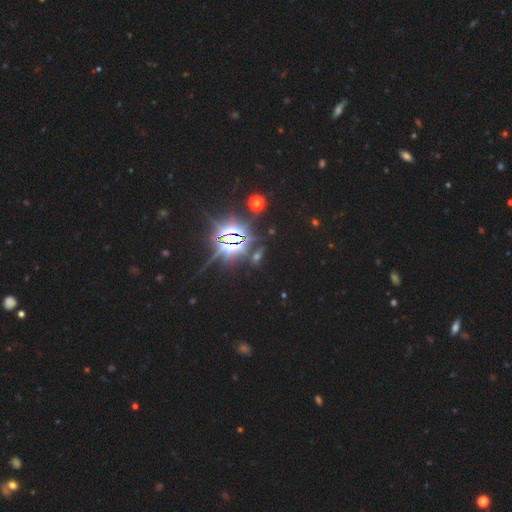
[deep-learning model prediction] A star or artifact, not a galaxy (84%).